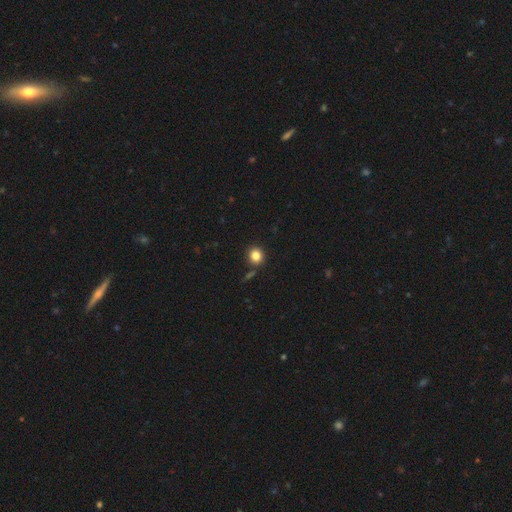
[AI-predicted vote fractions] A smooth galaxy with no disk features (83%) that is round (89%).

Vote fractions:
- Smooth or featured? smooth: 83% / star or artifact: 12% / featured or disk: 5%
- How rounded? round: 89% / in between: 10% / cigar-shaped: 1%
- Merging? none: 85% / minor disturbance: 8% / merger: 5% / major disturbance: 2%